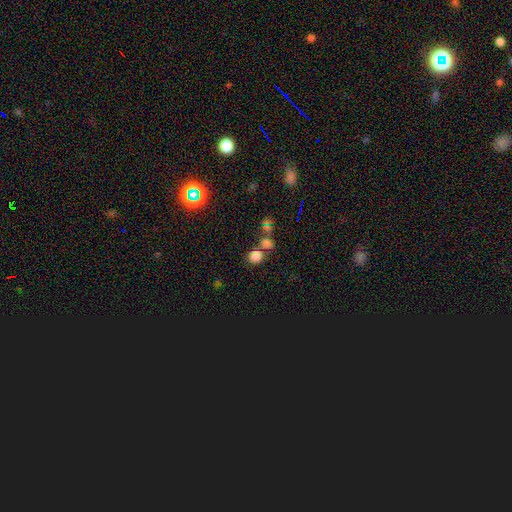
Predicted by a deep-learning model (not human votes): This appears to be a smooth galaxy with no disk features (77%) that is round (82%). Merging: none (63%).